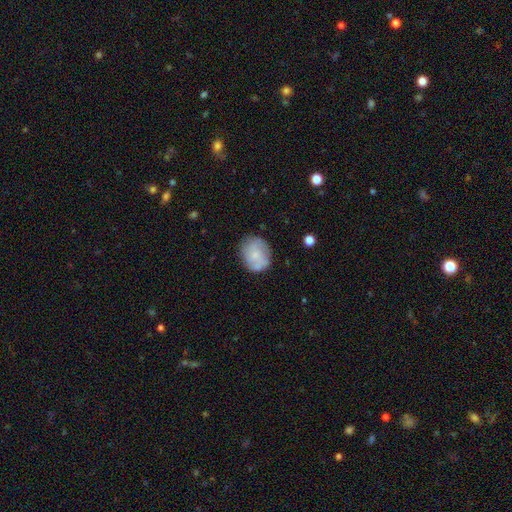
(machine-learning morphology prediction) smooth-or-featured: smooth: 57% | featured or disk: 35% | star or artifact: 8%
  how-rounded: round: 60% | in between: 39% | cigar-shaped: 1%
  merging: none: 70% | minor disturbance: 21% | major disturbance: 6% | merger: 3%